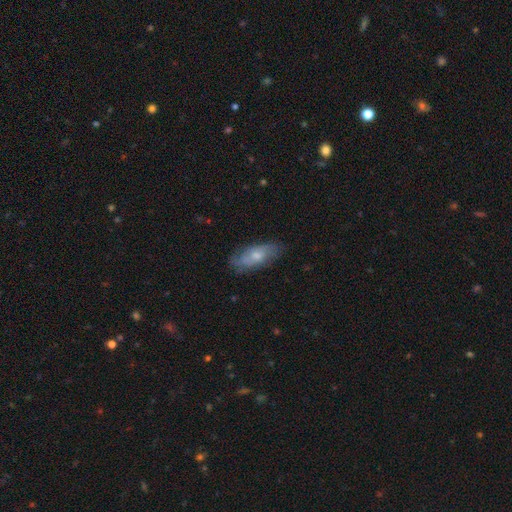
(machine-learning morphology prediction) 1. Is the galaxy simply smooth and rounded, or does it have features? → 52% smooth, 41% featured or disk, 7% star or artifact.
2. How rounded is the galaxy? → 74% in between, 23% cigar-shaped, 3% round.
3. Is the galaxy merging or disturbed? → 73% none, 20% minor disturbance, 5% major disturbance, 1% merger.